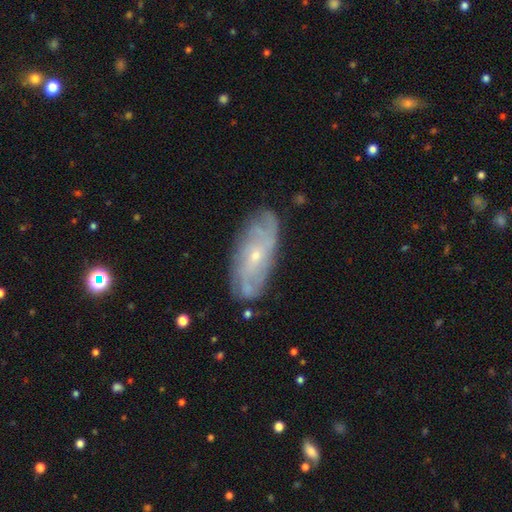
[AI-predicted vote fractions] Smooth or featured? featured or disk (76%)
Edge-on disk? no (88%)
Bar? no (67%)
Spiral arms? yes (89%)
Spiral winding? tight (51%)
Spiral arm count? can't tell (47%)
Bulge size? small (75%)
Merging? none (79%)